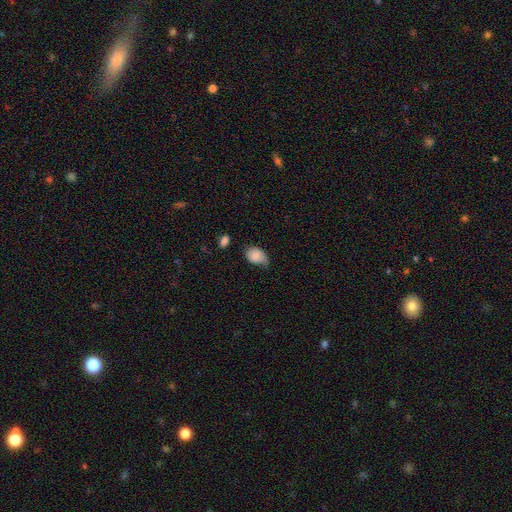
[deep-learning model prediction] smooth-or-featured: smooth: 79% | featured or disk: 13% | star or artifact: 8%
  how-rounded: in between: 76% | round: 22% | cigar-shaped: 1%
  merging: minor disturbance: 45% | none: 40% | major disturbance: 13% | merger: 3%